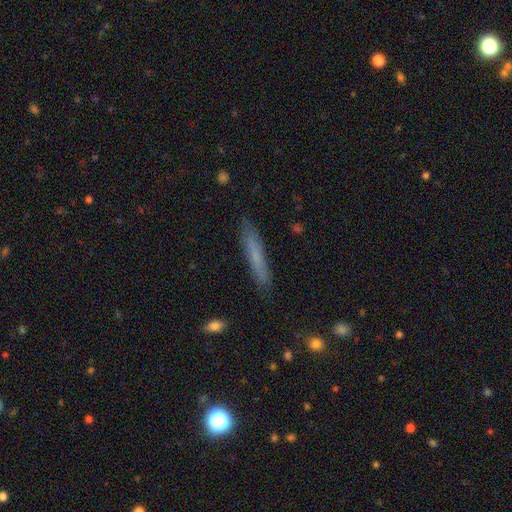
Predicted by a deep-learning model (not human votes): This appears to be a smooth galaxy with no disk features (67%) that is cigar-shaped (94%). Merging: none (86%).